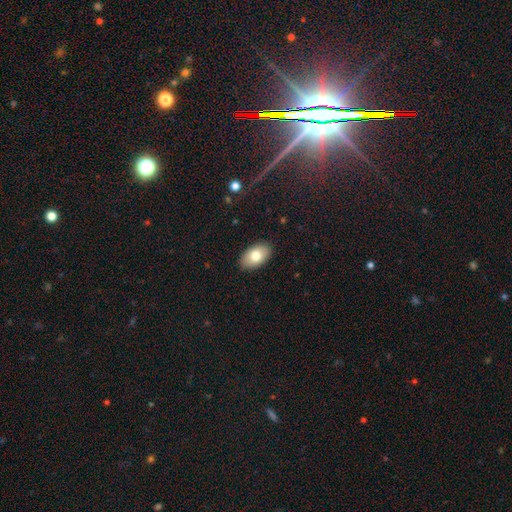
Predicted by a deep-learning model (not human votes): A smooth galaxy with no disk features (79%) that is in between round and cigar-shaped (94%).

Vote fractions:
- Smooth or featured? smooth: 79% / featured or disk: 14% / star or artifact: 7%
- How rounded? in between: 94% / round: 4% / cigar-shaped: 1%
- Merging? none: 89% / minor disturbance: 8% / major disturbance: 2% / merger: 1%